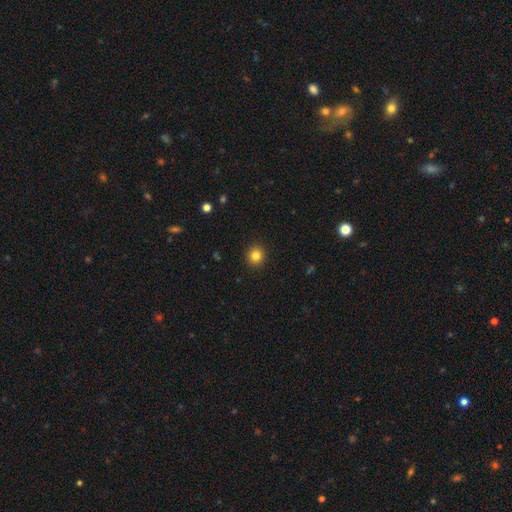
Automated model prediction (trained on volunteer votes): This is clearly a smooth galaxy (83%). How rounded: clearly round (90%). Merging: clearly none (92%).